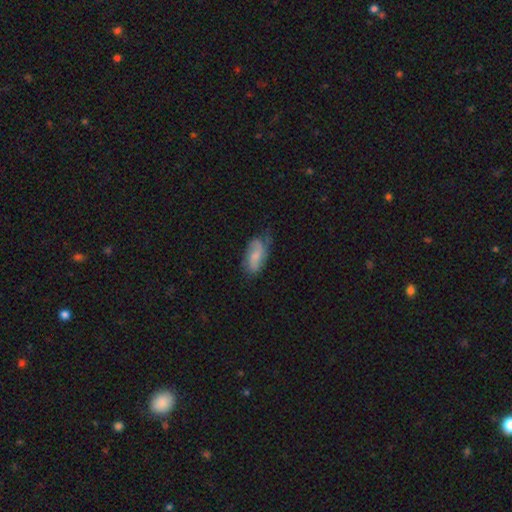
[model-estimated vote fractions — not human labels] Morphology: type=smooth (50%); merging=none (56%).